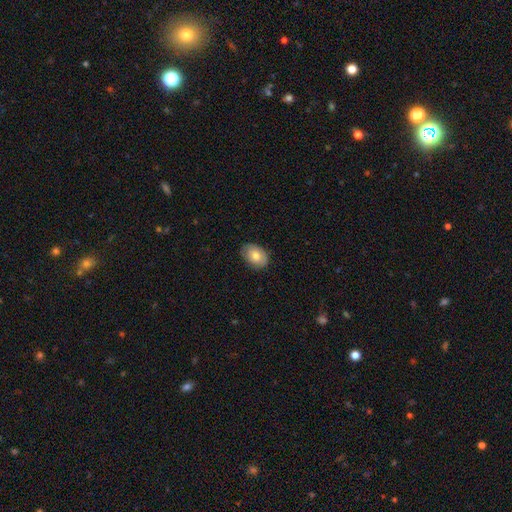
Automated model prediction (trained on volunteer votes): Smooth or featured: smooth — 75% (featured or disk — 18%)
How rounded: in between — 80% (round — 19%)
Merging: none — 82% (minor disturbance — 15%)